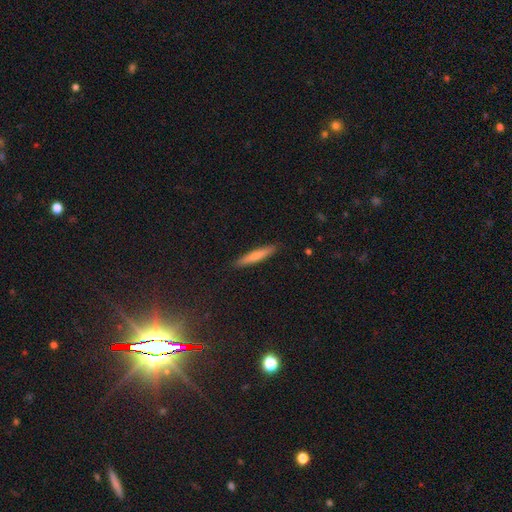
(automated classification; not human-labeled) smooth-or-featured: smooth: 68% | featured or disk: 26% | star or artifact: 6%
  how-rounded: cigar-shaped: 92% | in between: 7% | round: 1%
  merging: none: 90% | minor disturbance: 7% | major disturbance: 2% | merger: 1%